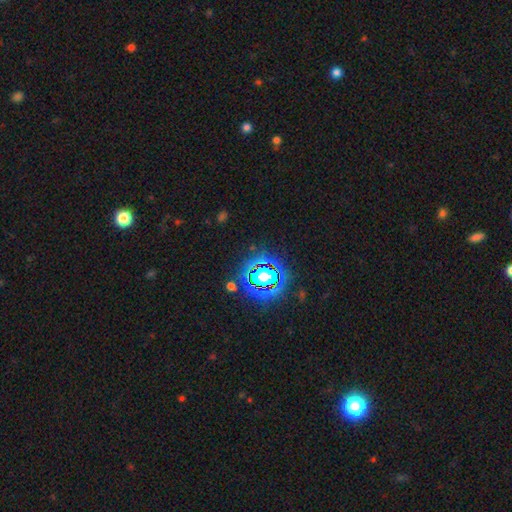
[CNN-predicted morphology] This is clearly a star or artifact rather than a galaxy (81%).